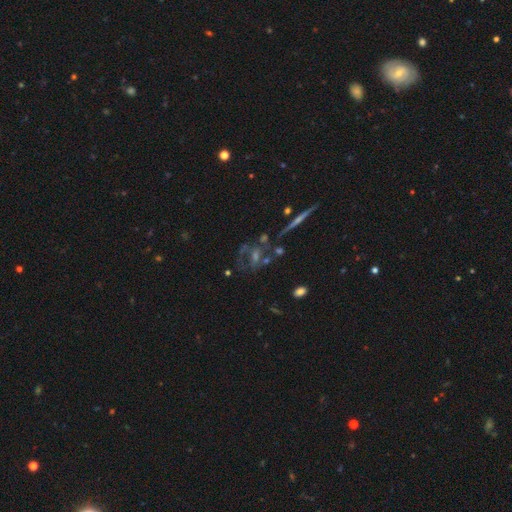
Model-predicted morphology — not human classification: A featured or disk galaxy (64%) with no bar (62%), no spiral arms (51%) and a small central bulge (35%). Merging: none (53%).